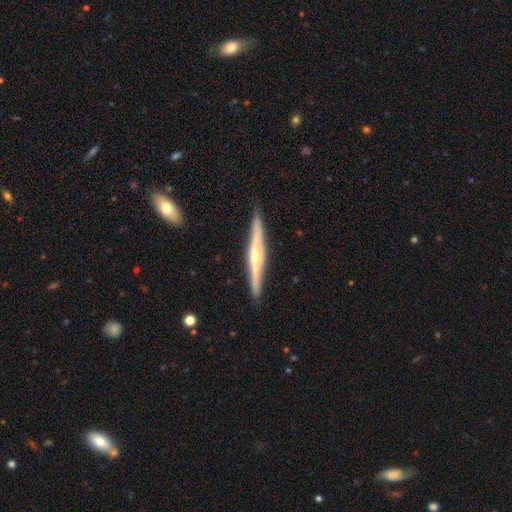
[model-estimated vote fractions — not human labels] Smooth or featured: featured or disk — 74% (smooth — 21%)
Edge-on disk: yes — 98% (no — 2%)
Edge-on bulge: rounded — 76% (none — 15%)
Merging: none — 90% (minor disturbance — 8%)